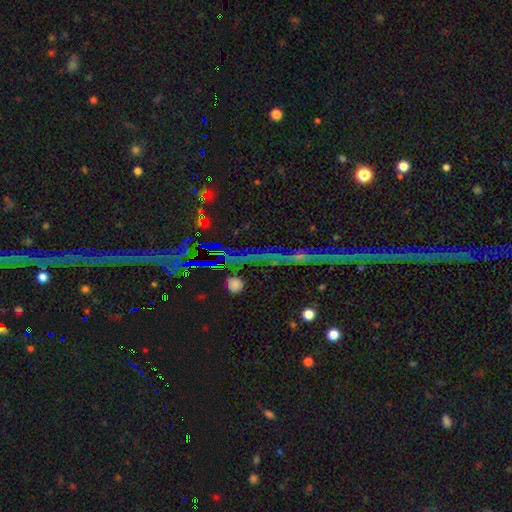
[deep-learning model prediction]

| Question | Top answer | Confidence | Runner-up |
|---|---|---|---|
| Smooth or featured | star or artifact | 76% | featured or disk (14%) |